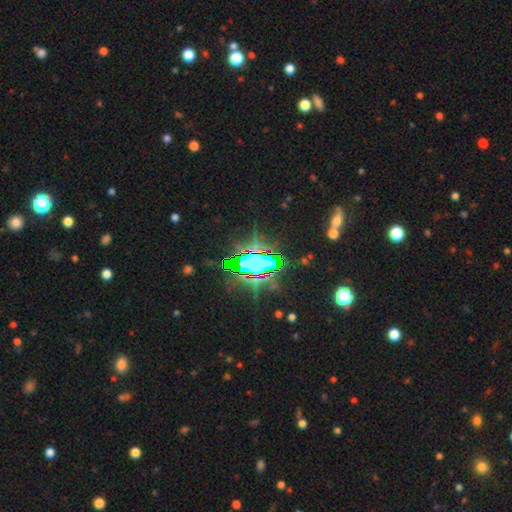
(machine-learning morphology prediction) This appears to be a star or artifact, not a galaxy (83%).